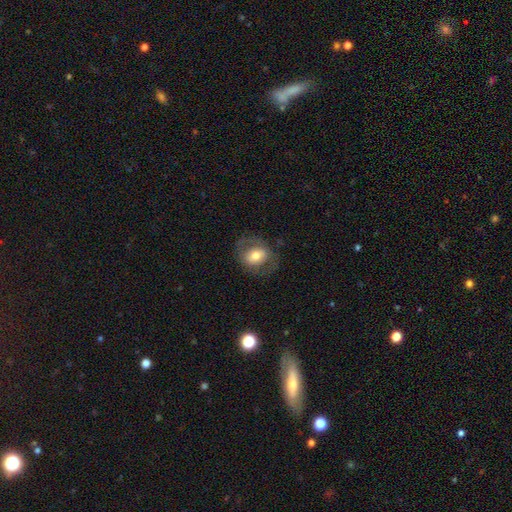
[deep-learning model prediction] A smooth galaxy with no disk features (58%) that is in between round and cigar-shaped (50%). Merging: none (72%).